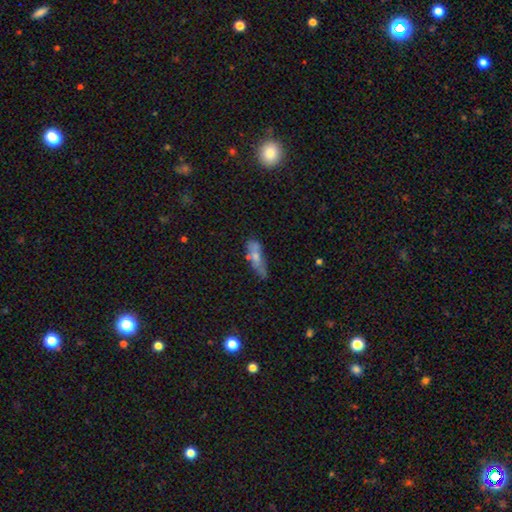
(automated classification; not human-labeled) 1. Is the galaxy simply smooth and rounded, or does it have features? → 59% smooth, 32% featured or disk, 9% star or artifact.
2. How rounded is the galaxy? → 49% cigar-shaped, 47% in between, 4% round.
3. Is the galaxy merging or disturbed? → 47% none, 27% minor disturbance, 14% merger, 12% major disturbance.